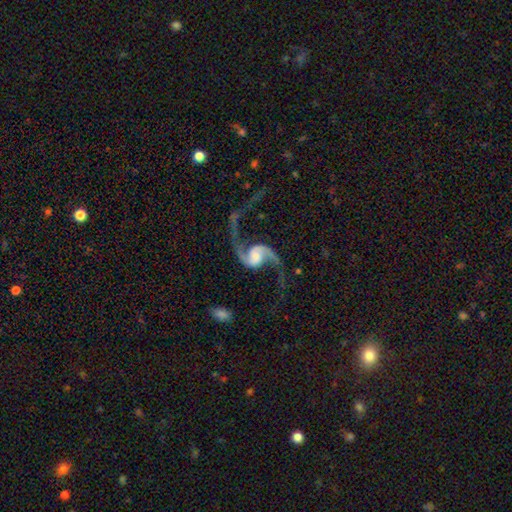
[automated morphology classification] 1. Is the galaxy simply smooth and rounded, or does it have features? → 92% featured or disk, 4% star or artifact, 3% smooth.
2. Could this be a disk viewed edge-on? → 98% no, 2% yes.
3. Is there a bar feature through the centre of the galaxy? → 49% no, 37% weak, 14% strong.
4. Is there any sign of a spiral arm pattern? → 98% yes, 2% no.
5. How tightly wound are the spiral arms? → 85% loose, 12% medium, 3% tight.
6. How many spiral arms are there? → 94% 2, 2% 1, 1% can't tell, 1% 3, 1% 4, 1% more than 4.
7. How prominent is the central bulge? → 34% small, 33% moderate, 15% none, 14% large, 4% dominant.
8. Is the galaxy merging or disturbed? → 65% none, 18% major disturbance, 13% minor disturbance, 4% merger.